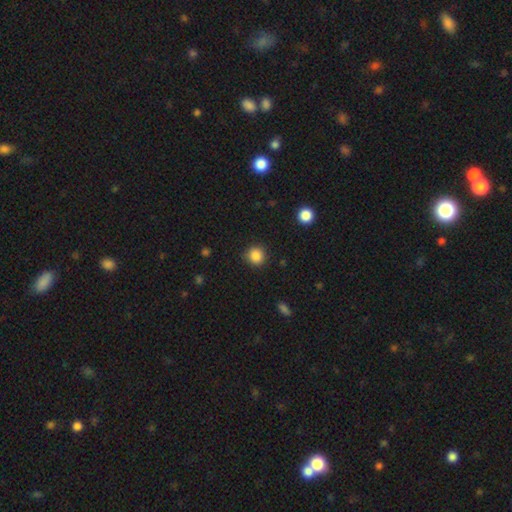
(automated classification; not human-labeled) Smooth or featured? Predicted: smooth (p=0.85). How rounded? Predicted: round (p=0.92). Merging? Predicted: none (p=0.88).